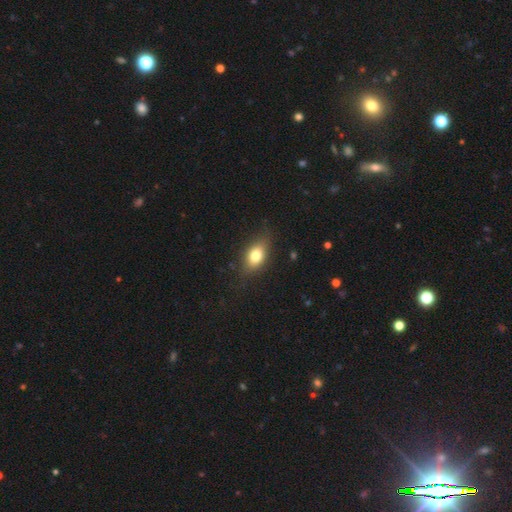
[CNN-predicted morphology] Smooth or featured? Predicted: smooth (p=0.75). How rounded? Predicted: in between (p=0.79). Merging? Predicted: none (p=0.76).